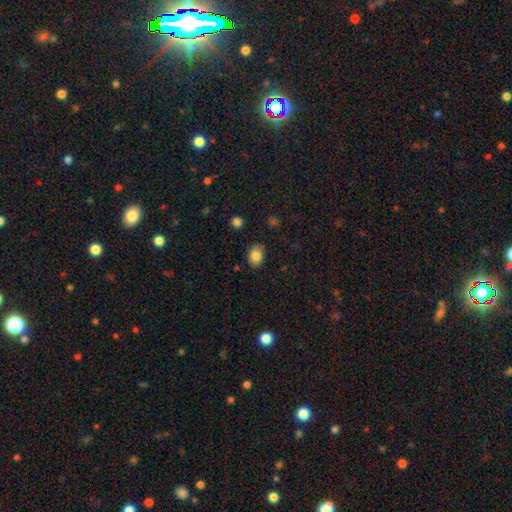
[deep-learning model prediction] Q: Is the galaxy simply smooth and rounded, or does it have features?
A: smooth — 84%.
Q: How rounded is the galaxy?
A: in between — 79%.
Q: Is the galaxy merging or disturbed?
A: none — 83%.